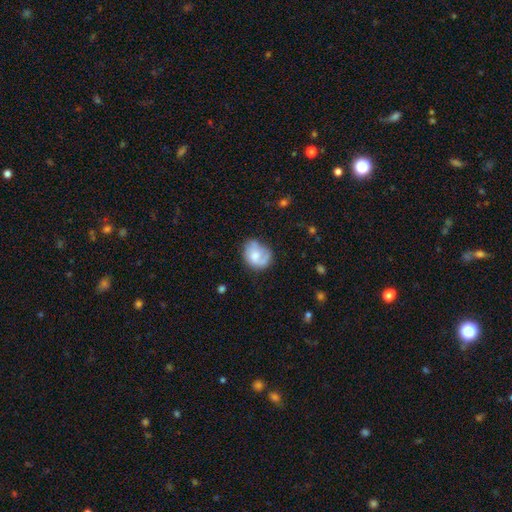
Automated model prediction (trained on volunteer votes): Q: Smooth or featured?
A: smooth (53%); runner-up: featured or disk (40%)
Q: How rounded?
A: round (58%); runner-up: in between (41%)
Q: Merging?
A: none (50%); runner-up: minor disturbance (31%)